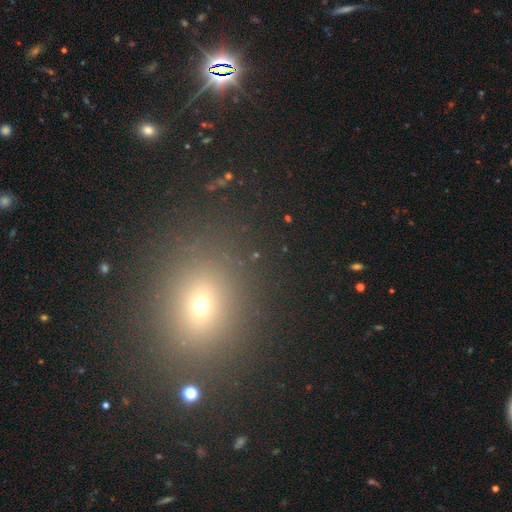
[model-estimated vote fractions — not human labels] A smooth galaxy with no disk features (47%).

Vote fractions:
- Smooth or featured? smooth: 47% / star or artifact: 43% / featured or disk: 10%
- Merging? none: 85% / minor disturbance: 7% / major disturbance: 4% / merger: 4%